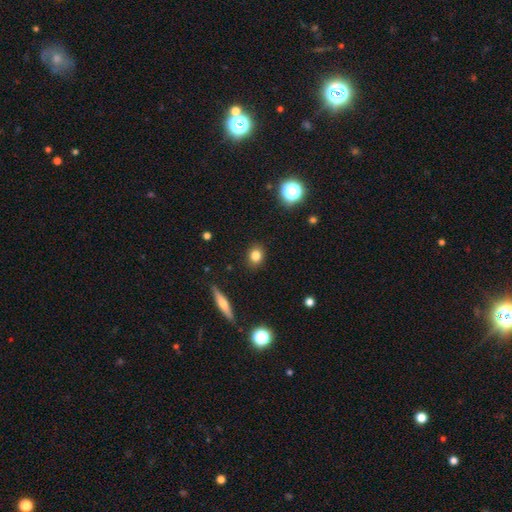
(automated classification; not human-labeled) Smooth or featured? Predicted: smooth (p=0.82). How rounded? Predicted: round (p=0.61). Merging? Predicted: none (p=0.89).